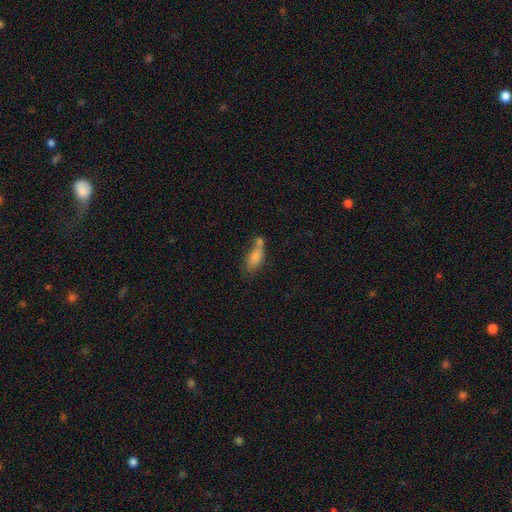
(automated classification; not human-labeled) Smooth or featured: smooth — 74% (featured or disk — 15%)
How rounded: in between — 68% (cigar-shaped — 28%)
Merging: merger — 39% (none — 28%)